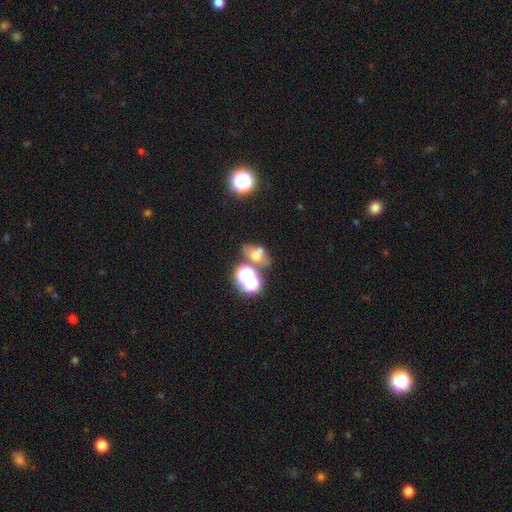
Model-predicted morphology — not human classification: This is possibly a smooth galaxy (46%). Merging: marginally merger (44%).